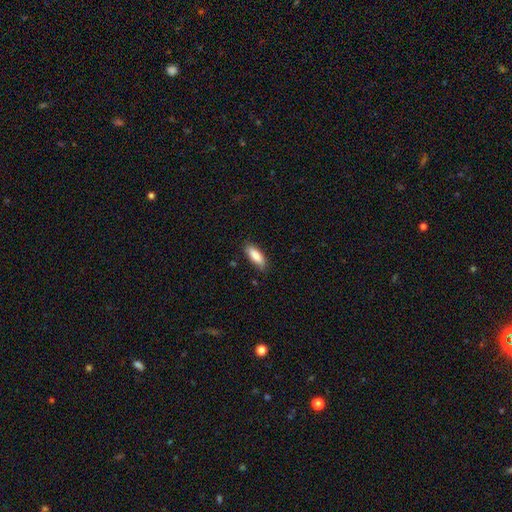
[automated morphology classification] This appears to be a smooth galaxy with no disk features (85%) that is in between round and cigar-shaped (70%). Merging: none (81%).